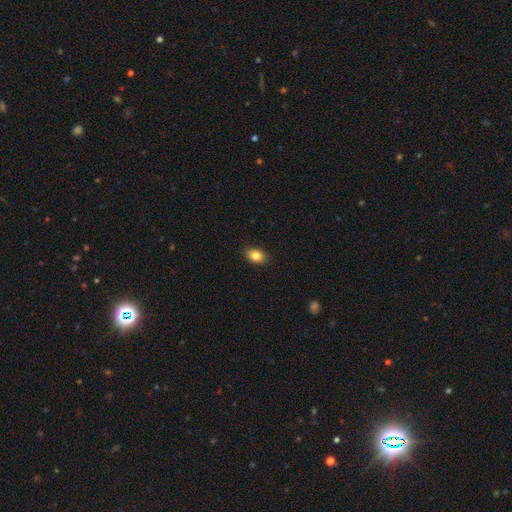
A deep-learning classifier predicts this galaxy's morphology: This is clearly a smooth galaxy (84%). How rounded: clearly in between (82%). Merging: clearly none (89%).